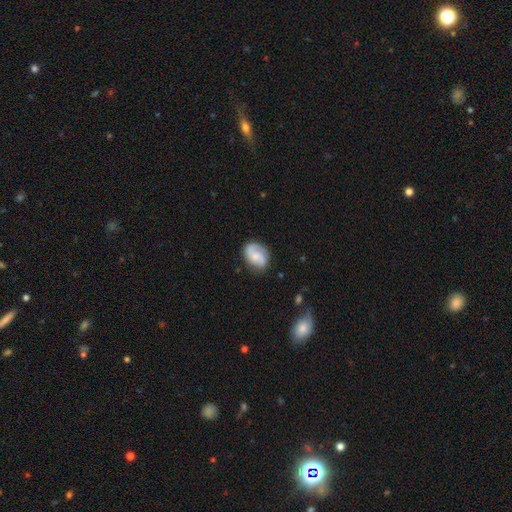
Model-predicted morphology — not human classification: Q: Smooth or featured?
A: featured or disk (66%); runner-up: smooth (28%)
Q: Edge-on disk?
A: no (97%); runner-up: yes (3%)
Q: Bar?
A: no (56%); runner-up: weak (36%)
Q: Spiral arms?
A: yes (92%); runner-up: no (8%)
Q: Spiral winding?
A: medium (42%); runner-up: loose (36%)
Q: Spiral arm count?
A: 2 (82%); runner-up: can't tell (7%)
Q: Bulge size?
A: small (54%); runner-up: moderate (33%)
Q: Merging?
A: none (74%); runner-up: minor disturbance (18%)